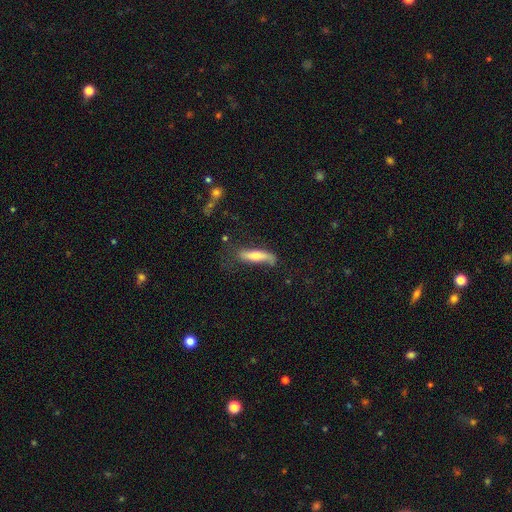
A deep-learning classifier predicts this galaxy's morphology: Smooth or featured? smooth (58%)
How rounded? cigar-shaped (75%)
Merging? none (54%)